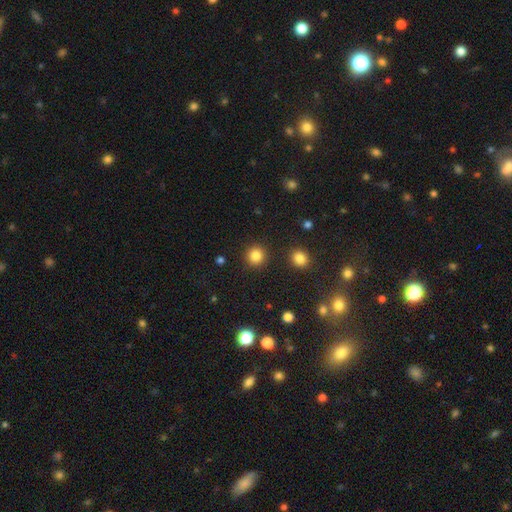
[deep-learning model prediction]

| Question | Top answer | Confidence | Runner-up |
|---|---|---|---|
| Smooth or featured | smooth | 85% | star or artifact (11%) |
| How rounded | round | 93% | in between (6%) |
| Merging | none | 91% | minor disturbance (5%) |